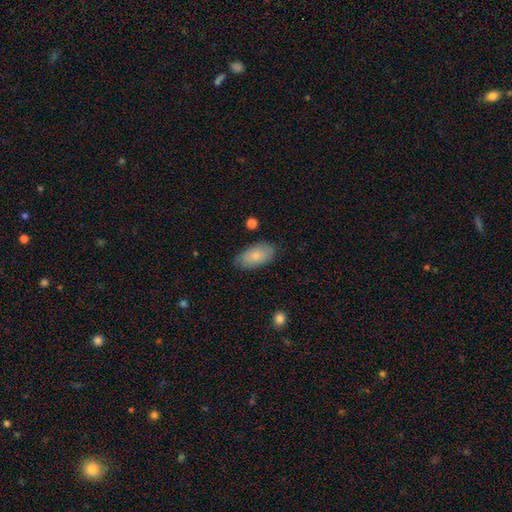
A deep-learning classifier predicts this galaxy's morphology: smooth-or-featured: smooth: 81% | featured or disk: 13% | star or artifact: 6%
  how-rounded: in between: 94% | round: 4% | cigar-shaped: 3%
  merging: none: 80% | minor disturbance: 15% | major disturbance: 3% | merger: 2%